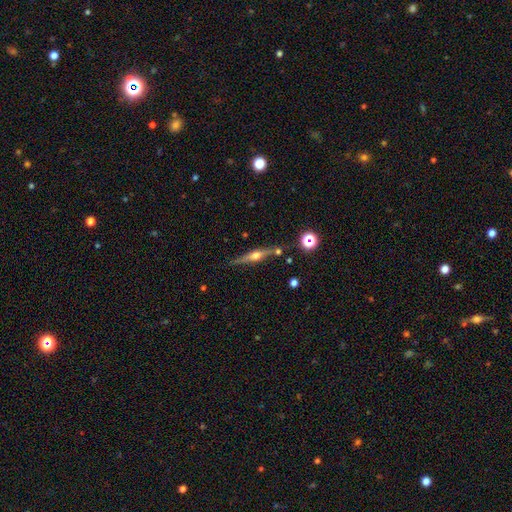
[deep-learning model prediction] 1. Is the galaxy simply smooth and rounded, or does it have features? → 76% featured or disk, 17% smooth, 8% star or artifact.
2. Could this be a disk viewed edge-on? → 97% yes, 3% no.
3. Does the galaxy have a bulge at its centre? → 93% rounded, 5% boxy, 2% none.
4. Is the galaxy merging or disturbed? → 80% none, 11% minor disturbance, 6% merger, 3% major disturbance.